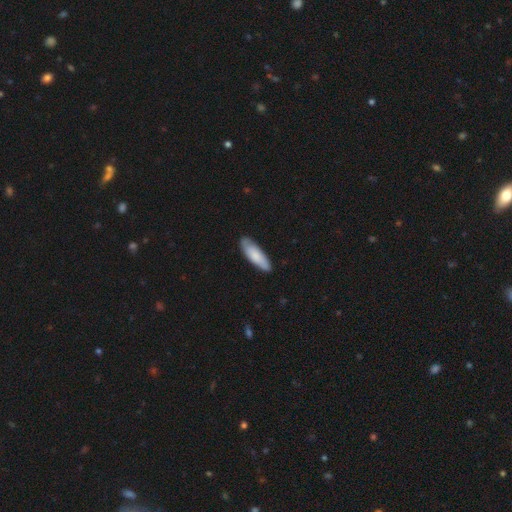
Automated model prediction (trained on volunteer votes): This appears to be a smooth galaxy with no disk features (76%) that is in between round and cigar-shaped (50%). Merging: none (81%).